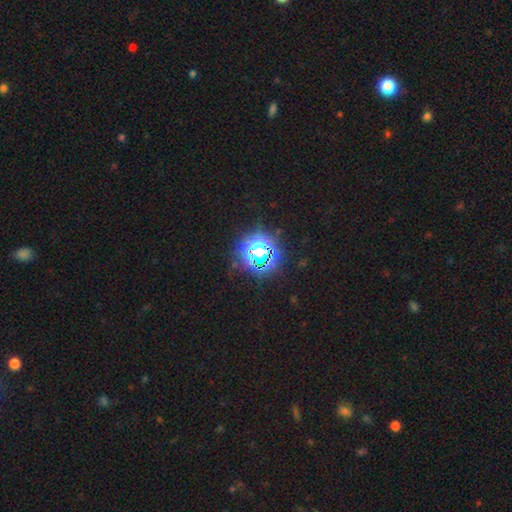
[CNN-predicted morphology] Smooth or featured? star or artifact (69%)